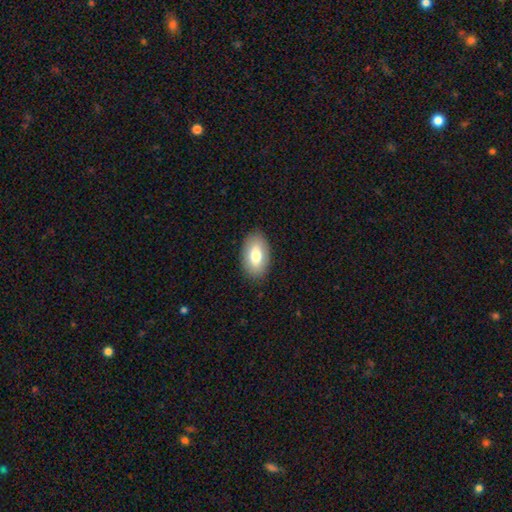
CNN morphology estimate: Smooth or featured? Predicted: smooth (p=0.75). How rounded? Predicted: in between (p=0.93). Merging? Predicted: none (p=0.87).